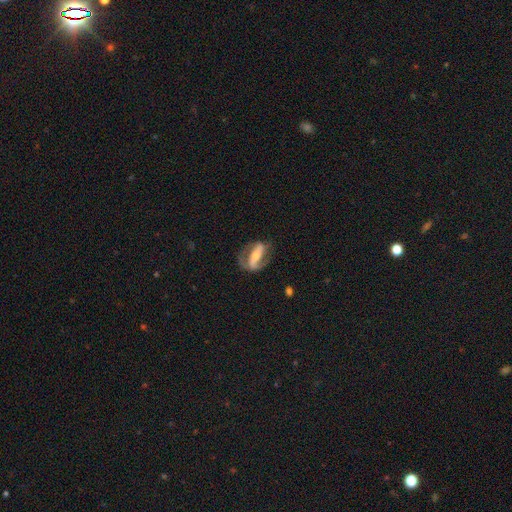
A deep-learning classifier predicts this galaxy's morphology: Smooth or featured: featured or disk — 74% (smooth — 20%)
Edge-on disk: no — 89% (yes — 11%)
Bar: strong — 62% (weak — 20%)
Spiral arms: yes — 80% (no — 20%)
Spiral winding: medium — 42% (loose — 29%)
Spiral arm count: 2 — 76% (1 — 13%)
Bulge size: moderate — 44% (tied with small — 44%)
Merging: none — 59% (minor disturbance — 20%)